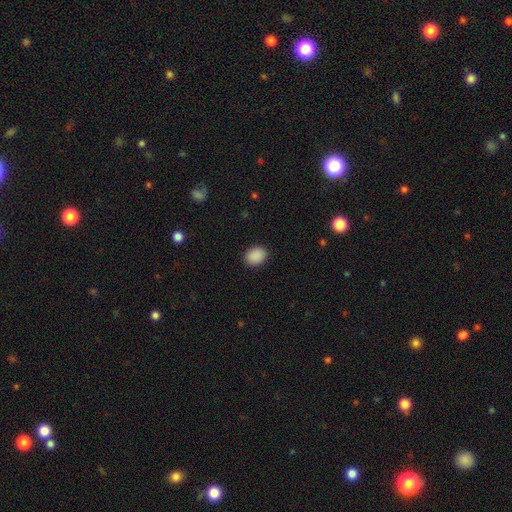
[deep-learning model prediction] Smooth or featured: smooth — 90% (star or artifact — 8%)
How rounded: in between — 59% (round — 41%)
Merging: none — 90% (minor disturbance — 7%)